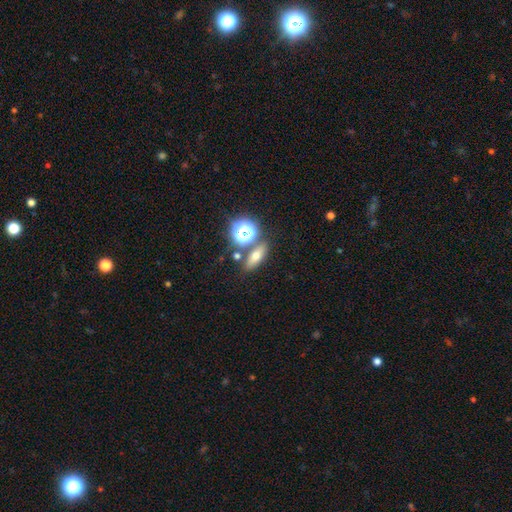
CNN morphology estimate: Smooth or featured? smooth (60%)
How rounded? in between (53%)
Merging? none (74%)